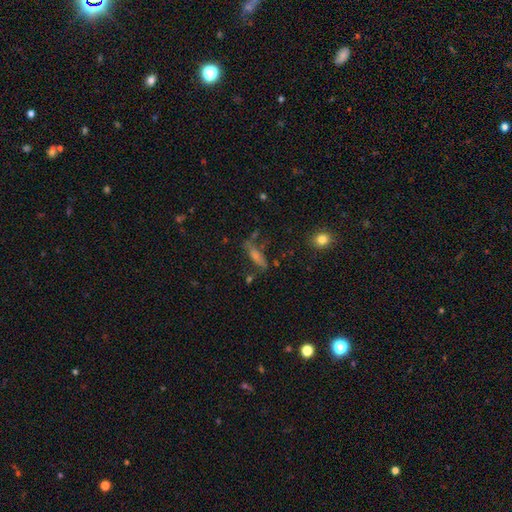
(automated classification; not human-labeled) A smooth galaxy with no disk features (39%).

Vote fractions:
- Smooth or featured? smooth: 39% / featured or disk: 36% / star or artifact: 25%
- Merging? none: 57% / minor disturbance: 20% / major disturbance: 16% / merger: 8%